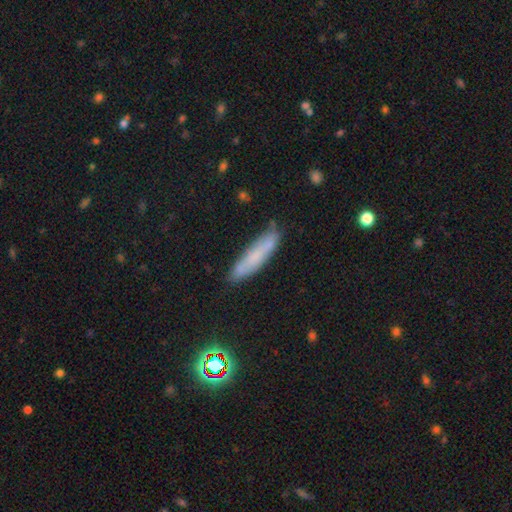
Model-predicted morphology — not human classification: type=smooth (66%); roundness=cigar-shaped (82%); merging=none (78%).